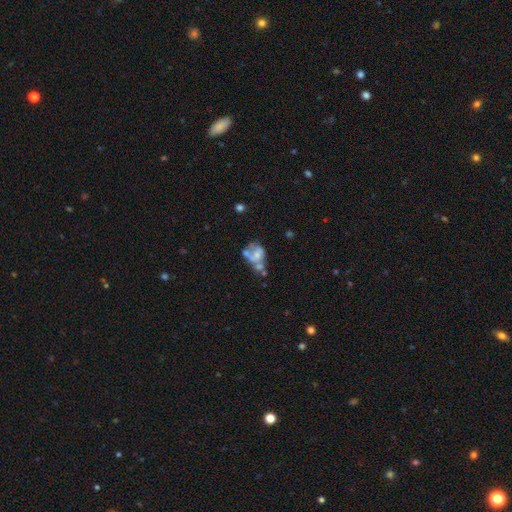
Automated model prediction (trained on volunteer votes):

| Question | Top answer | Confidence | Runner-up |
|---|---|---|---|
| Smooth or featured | featured or disk | 53% | smooth (34%) |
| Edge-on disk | no | 98% | yes (2%) |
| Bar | no | 85% | weak (11%) |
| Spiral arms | no | 83% | yes (17%) |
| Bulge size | none | 38% | small (30%) |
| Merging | merger | 38% | major disturbance (25%) |